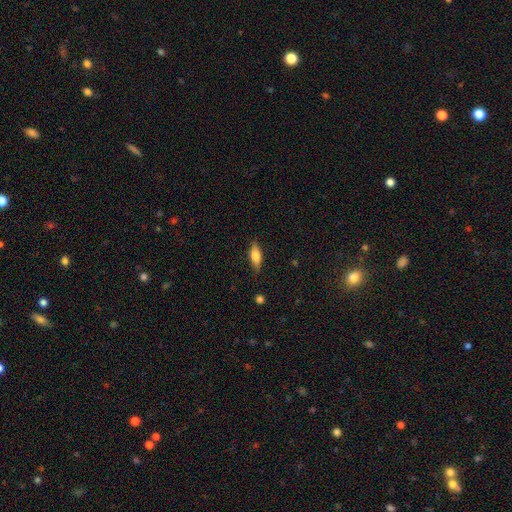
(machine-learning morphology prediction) The model was most divided on "how rounded": in between: 67%, cigar-shaped: 30%, round: 3%. More confident: merging — none (80%); smooth or featured — smooth (69%).